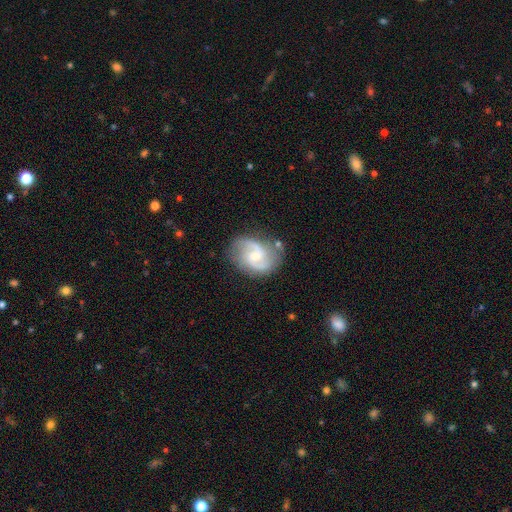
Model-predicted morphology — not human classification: This appears to be a featured or disk galaxy (86%) with no bar (48%), 2 (88%) medium (54%) spiral arms (97%) and a small central bulge (50%). Merging: none (74%).